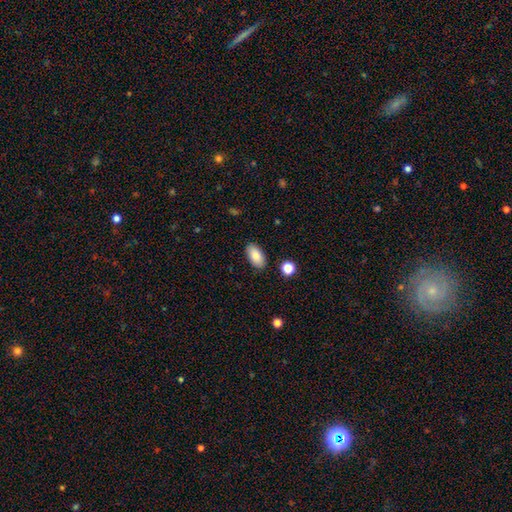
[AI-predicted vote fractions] This appears to be a smooth galaxy with no disk features (86%) that is in between round and cigar-shaped (94%). Merging: none (88%).